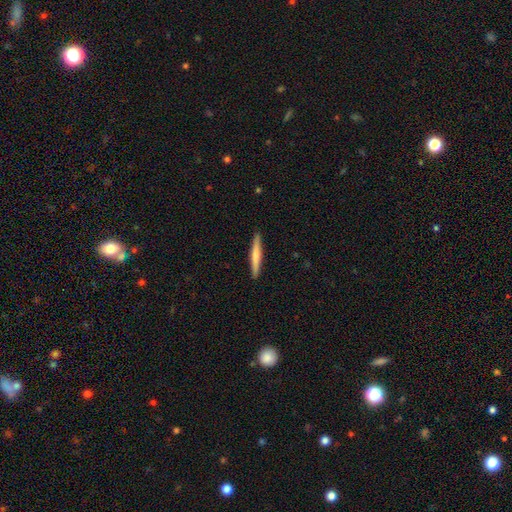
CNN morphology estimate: Smooth or featured: smooth — 63% (featured or disk — 32%)
How rounded: cigar-shaped — 95% (in between — 4%)
Merging: none — 91% (minor disturbance — 6%)